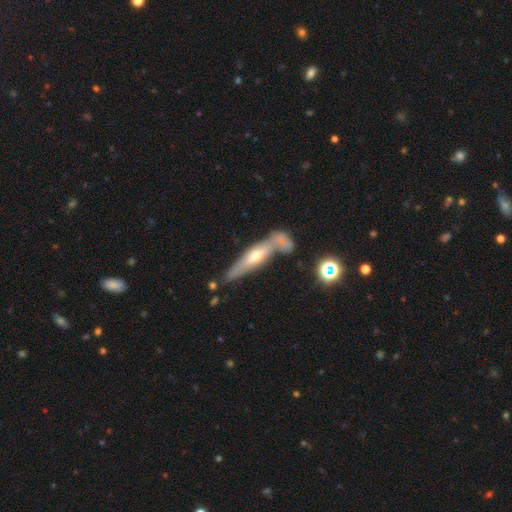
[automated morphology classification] smooth_or_featured: featured or disk (p=0.56) [alt: smooth p=0.36]
disk_edge_on: yes (p=0.81) [alt: no p=0.19]
merging: none (p=0.48) [alt: merger p=0.28]